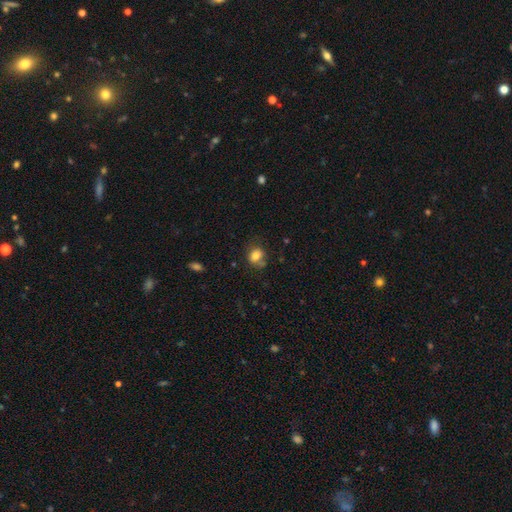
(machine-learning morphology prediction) Smooth or featured? Predicted: smooth (p=0.78). How rounded? Predicted: round (p=0.51). Merging? Predicted: none (p=0.56).